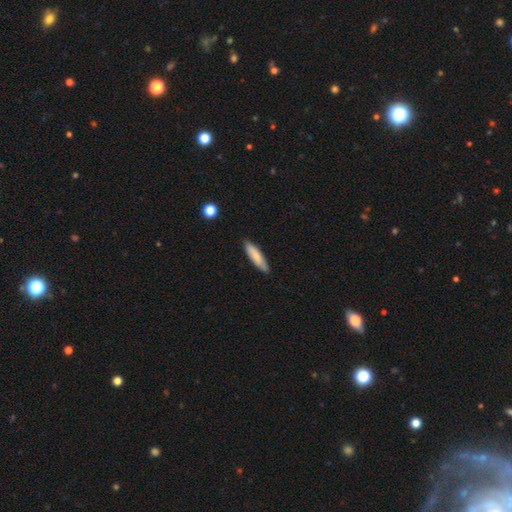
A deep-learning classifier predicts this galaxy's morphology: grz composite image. It shows a smooth galaxy with no disk features (77%) that is cigar-shaped (71%). Merging: none (84%).